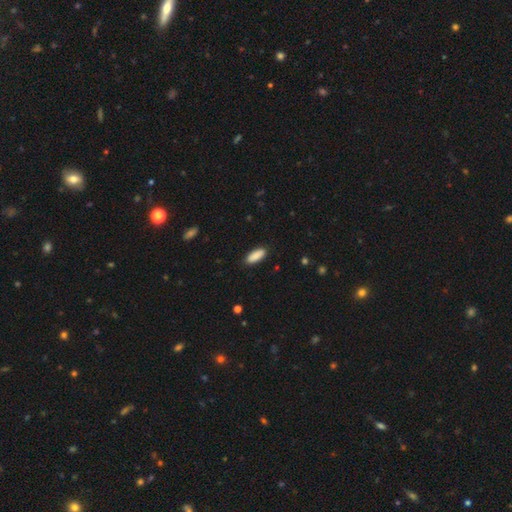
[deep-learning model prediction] This is clearly a smooth galaxy (90%). How rounded: likely in between (71%). Merging: clearly none (88%).